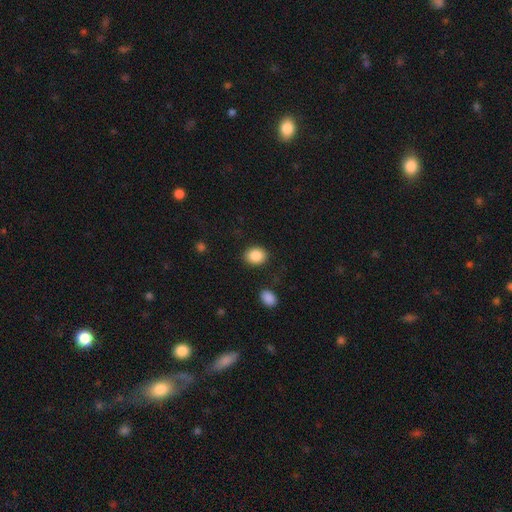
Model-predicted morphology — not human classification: The model was most divided on "how rounded": in between: 50%, round: 49%, cigar-shaped: 1%. More confident: merging — none (87%); smooth or featured — smooth (87%).